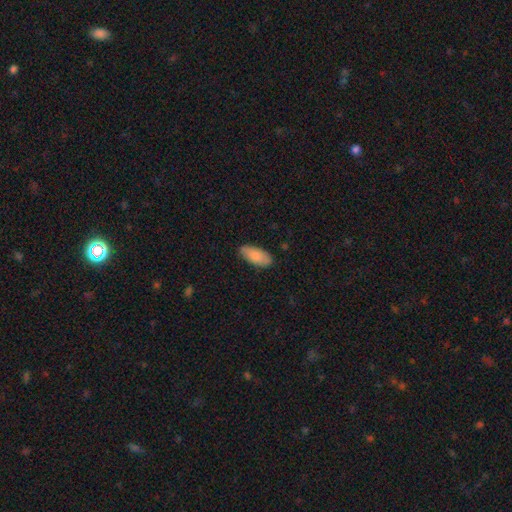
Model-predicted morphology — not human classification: This is clearly a smooth galaxy (83%). How rounded: clearly in between (87%). Merging: likely none (80%).